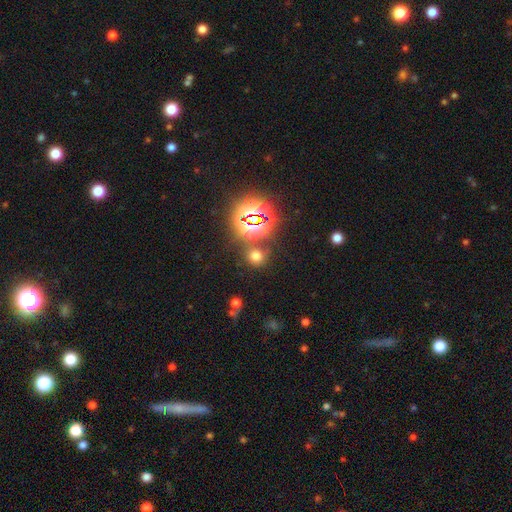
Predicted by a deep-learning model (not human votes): smooth-or-featured: smooth: 59% | star or artifact: 34% | featured or disk: 7%
  how-rounded: round: 85% | in between: 14% | cigar-shaped: 1%
  merging: none: 79% | minor disturbance: 9% | merger: 8% | major disturbance: 4%